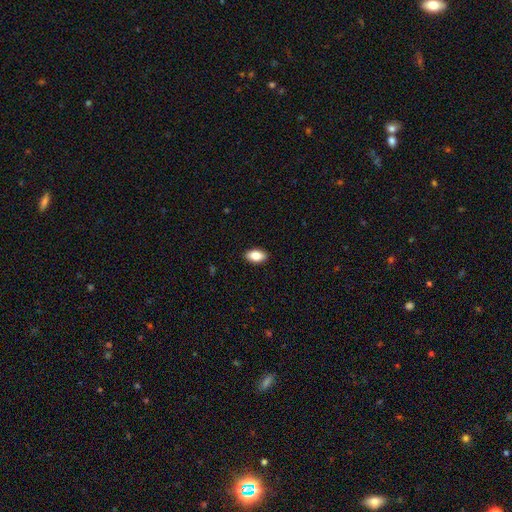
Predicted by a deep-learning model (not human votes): A smooth galaxy with no disk features (83%) that is in between round and cigar-shaped (92%).

Vote fractions:
- Smooth or featured? smooth: 83% / featured or disk: 10% / star or artifact: 7%
- How rounded? in between: 92% / round: 6% / cigar-shaped: 2%
- Merging? none: 90% / minor disturbance: 7% / major disturbance: 2% / merger: 1%